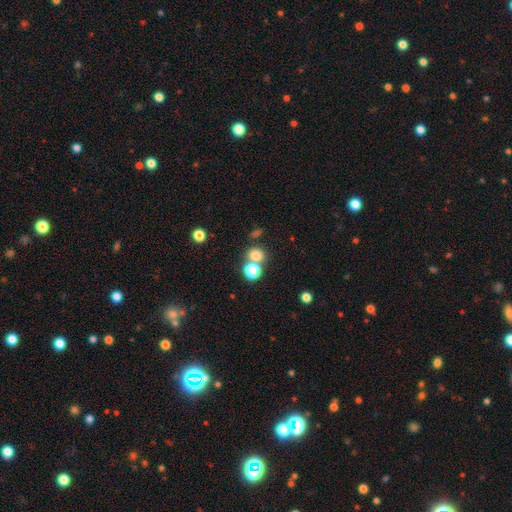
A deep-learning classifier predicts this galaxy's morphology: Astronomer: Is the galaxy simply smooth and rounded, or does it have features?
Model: smooth — 75%.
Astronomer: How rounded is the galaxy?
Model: round — 76%.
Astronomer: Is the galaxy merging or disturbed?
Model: none — 55% (runner-up: merger, 33%).